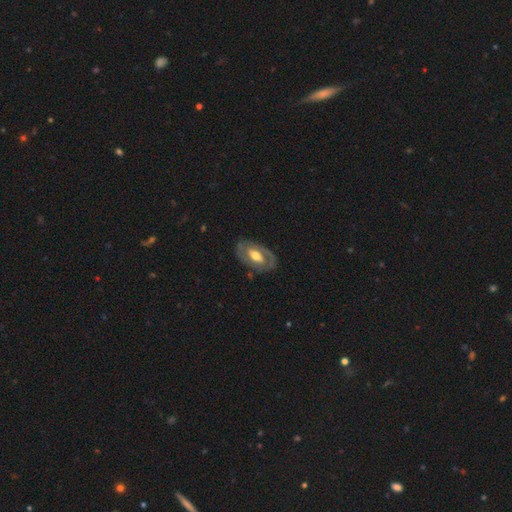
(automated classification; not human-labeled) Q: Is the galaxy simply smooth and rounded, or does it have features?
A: featured or disk — 66%.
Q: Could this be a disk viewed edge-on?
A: no — 91%.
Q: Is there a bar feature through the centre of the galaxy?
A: no — 46%.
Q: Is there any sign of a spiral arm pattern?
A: no — 53%.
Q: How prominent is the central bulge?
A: moderate — 66%.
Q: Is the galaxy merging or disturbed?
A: none — 78%.